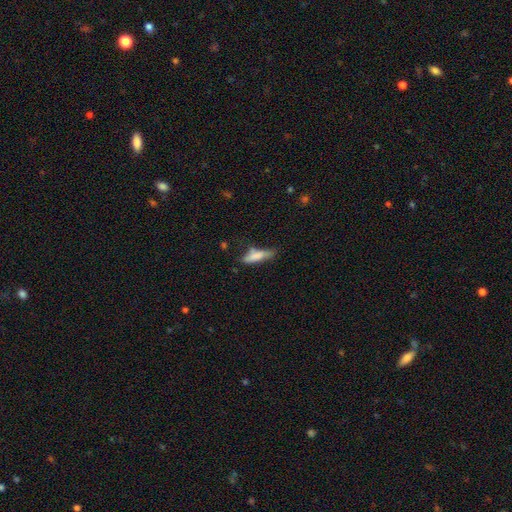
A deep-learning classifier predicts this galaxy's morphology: Overall: smooth (73%). How rounded: cigar-shaped (65%; in between 33%). Merging: none (51%; minor disturbance 29%).